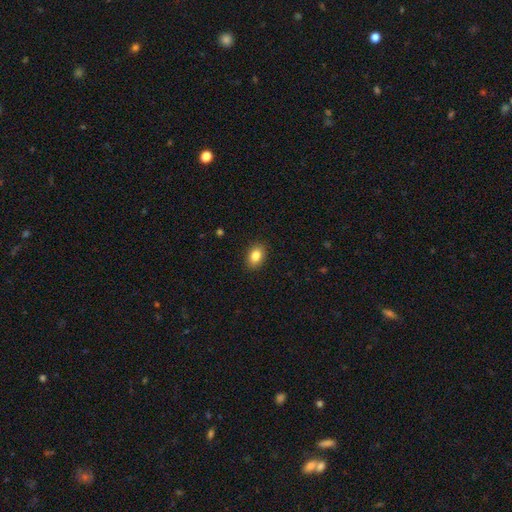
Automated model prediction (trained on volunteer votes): This appears to be a smooth galaxy with no disk features (85%) that is in between round and cigar-shaped (79%). Merging: none (90%).